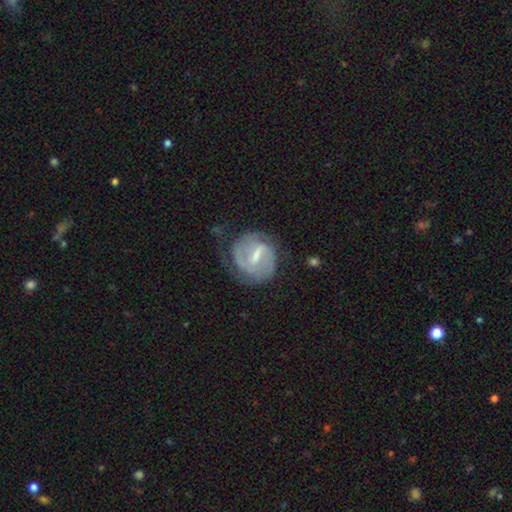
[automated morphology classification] smooth-or-featured: featured or disk: 76% | smooth: 18% | star or artifact: 6%
  disk-edge-on: no: 97% | yes: 3%
    bar: weak: 49% | strong: 42% | no: 9%
    has-spiral-arms: yes: 85% | no: 15%
      spiral-winding: tight: 45% | medium: 40% | loose: 16%
      spiral-arm-count: 2: 62% | can't tell: 22% | 1: 8% | 3: 5% | 4: 2% | more than 4: 2%
    bulge-size: small: 42% | moderate: 41% | none: 12% | large: 4% | dominant: 1%
  merging: none: 60% | minor disturbance: 23% | major disturbance: 15% | merger: 2%